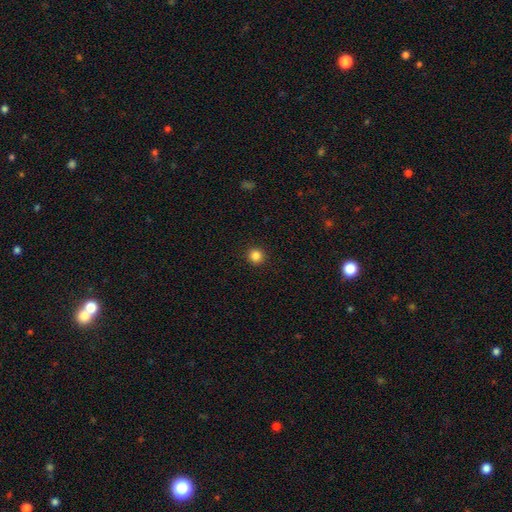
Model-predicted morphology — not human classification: Smooth or featured? Predicted: smooth (p=0.85). How rounded? Predicted: round (p=0.94). Merging? Predicted: none (p=0.93).